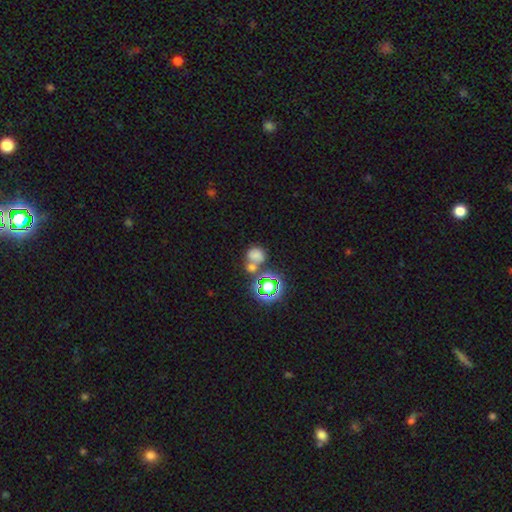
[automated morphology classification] Q: Smooth or featured?
A: smooth (63%); runner-up: star or artifact (25%)
Q: How rounded?
A: round (72%); runner-up: in between (26%)
Q: Merging?
A: merger (44%); runner-up: none (40%)